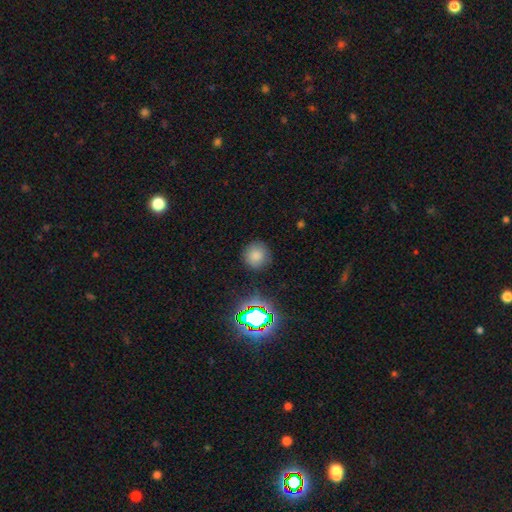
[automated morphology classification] Smooth or featured?
  - smooth: 76% *
  - star or artifact: 18%
  - featured or disk: 6%
How rounded?
  - round: 93% *
  - in between: 6%
  - cigar-shaped: 1%
Merging?
  - none: 87% *
  - minor disturbance: 9%
  - major disturbance: 3%
  - merger: 2%